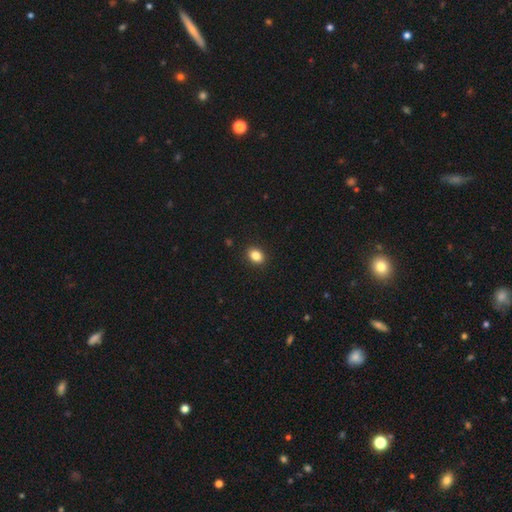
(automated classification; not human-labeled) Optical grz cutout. It shows a smooth galaxy with no disk features (85%) that is in between round and cigar-shaped (67%). Merging: none (91%).